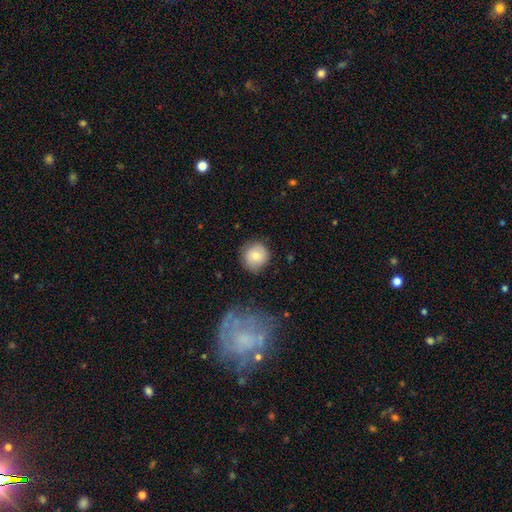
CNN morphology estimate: The model was most divided on "smooth or featured": smooth: 79%, featured or disk: 13%, star or artifact: 8%. More confident: how rounded — round (92%); merging — none (84%).